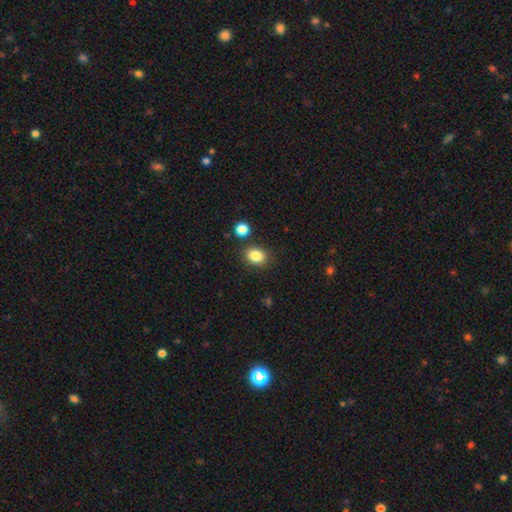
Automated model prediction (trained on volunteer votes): A smooth galaxy with no disk features (85%) that is in between round and cigar-shaped (59%).

Vote fractions:
- Smooth or featured? smooth: 85% / star or artifact: 10% / featured or disk: 5%
- How rounded? in between: 59% / round: 40% / cigar-shaped: 1%
- Merging? none: 83% / minor disturbance: 9% / merger: 5% / major disturbance: 3%